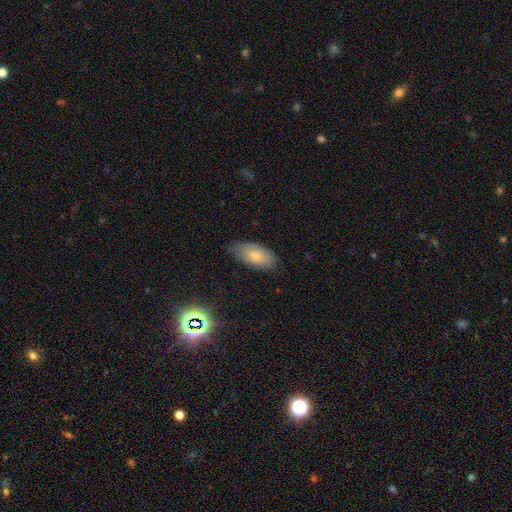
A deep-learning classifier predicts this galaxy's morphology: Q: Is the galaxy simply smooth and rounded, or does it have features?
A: smooth — 78%.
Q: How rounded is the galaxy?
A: in between — 92%.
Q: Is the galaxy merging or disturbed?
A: none — 77%.